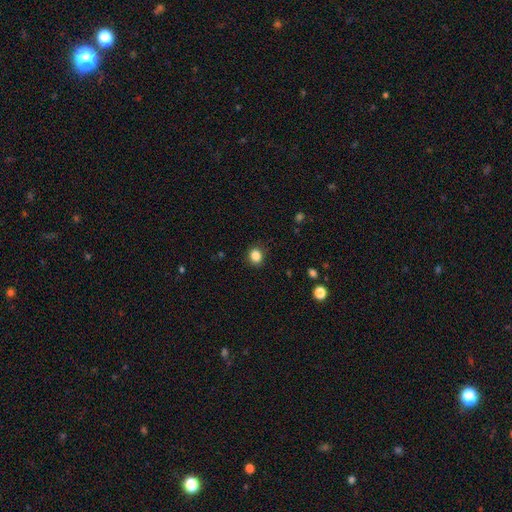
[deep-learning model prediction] This appears to be a smooth galaxy with no disk features (86%) that is round (66%). Merging: none (87%).